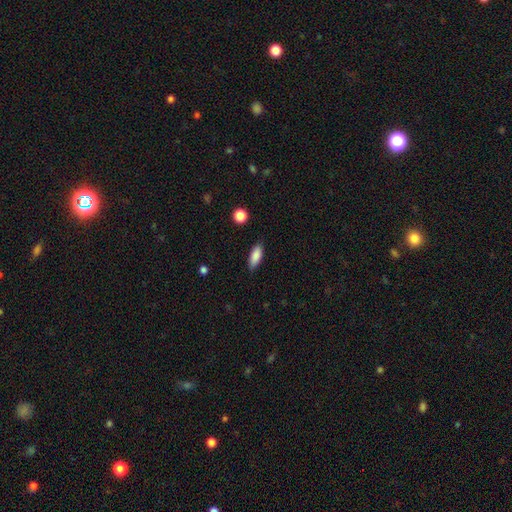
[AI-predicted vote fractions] smooth 86%, star or artifact 7%, featured or disk 7%. Down the decision tree: how rounded — in between (74%); merging — none (84%).